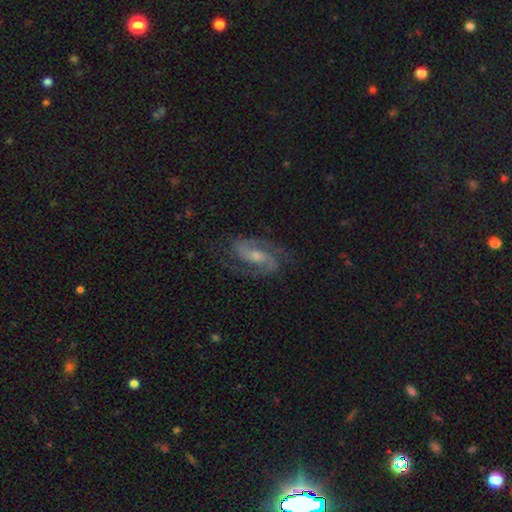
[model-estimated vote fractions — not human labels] Morphology: type=featured or disk (88%); edge-on=no (97%); bar=weak (45%); spiral arms=yes (98%); winding=medium (57%); arm count=2 (91%); bulge=moderate (46%); merging=none (79%).